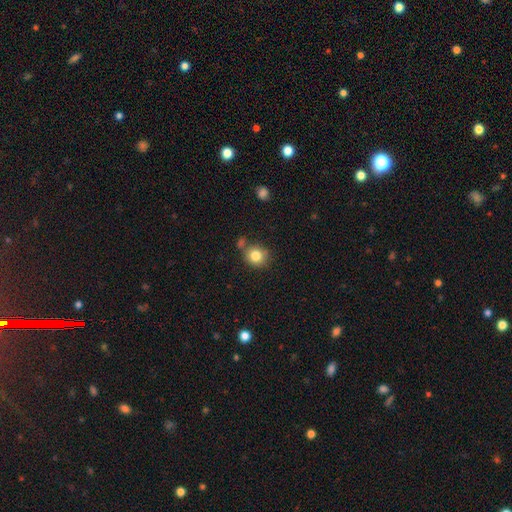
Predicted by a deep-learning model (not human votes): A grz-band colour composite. It shows a smooth galaxy with no disk features (82%) that is round (84%). Merging: none (70%).